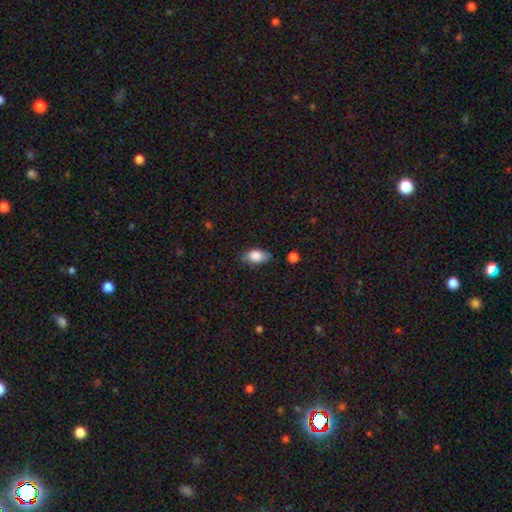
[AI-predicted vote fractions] Smooth or featured: smooth — 82% (featured or disk — 11%)
How rounded: in between — 89% (round — 6%)
Merging: none — 74% (minor disturbance — 20%)